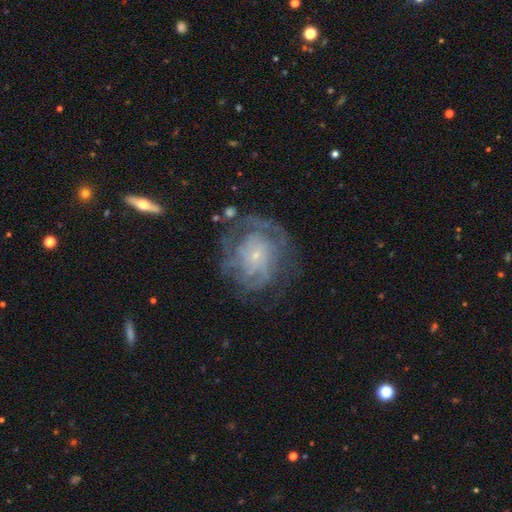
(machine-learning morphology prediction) This appears to be a featured or disk galaxy (76%) with no bar (77%), tight (58%) spiral arms (79%) and a small central bulge (82%). Merging: none (60%).